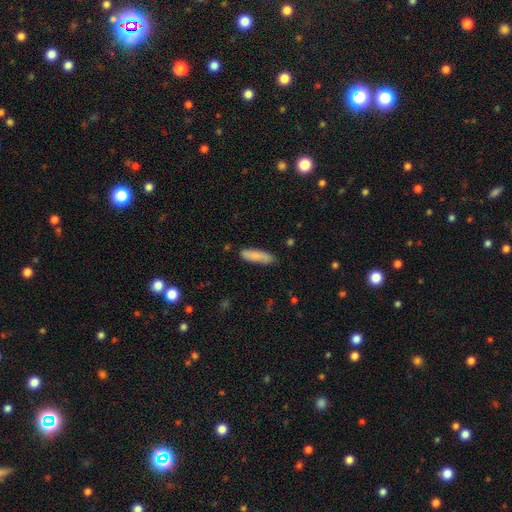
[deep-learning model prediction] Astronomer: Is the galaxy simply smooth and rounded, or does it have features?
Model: smooth — 84%.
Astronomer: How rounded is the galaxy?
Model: cigar-shaped — 64%.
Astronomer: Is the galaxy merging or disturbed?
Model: none — 80%.